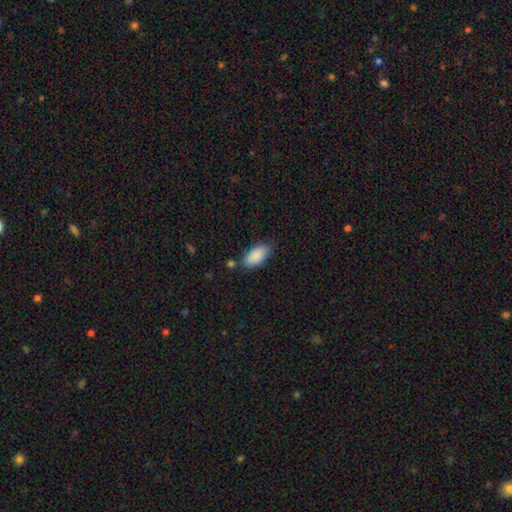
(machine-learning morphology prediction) This appears to be a smooth galaxy with no disk features (89%) that is in between round and cigar-shaped (92%). Merging: none (71%).